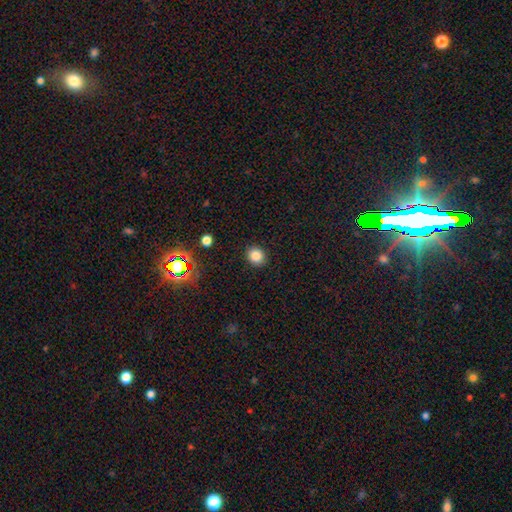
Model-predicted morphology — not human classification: Overall: smooth (83%). How rounded: round (76%). Merging: none (91%).